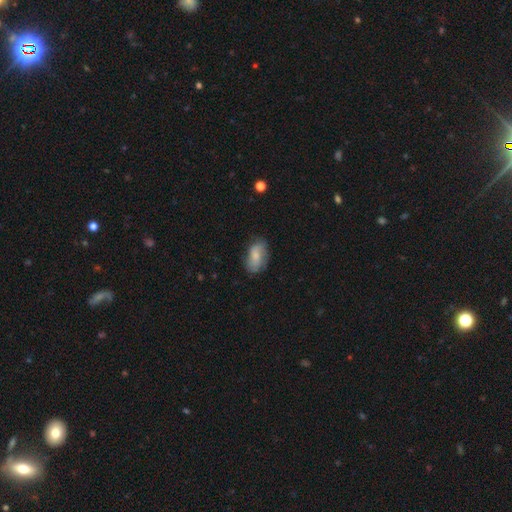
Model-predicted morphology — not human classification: smooth_or_featured: smooth (p=0.63) [alt: featured or disk p=0.29]
how_rounded: in between (p=0.90) [alt: round p=0.08]
merging: none (p=0.67) [alt: minor disturbance p=0.25]